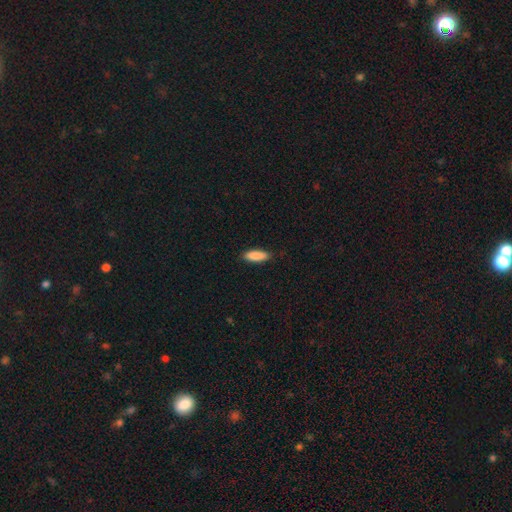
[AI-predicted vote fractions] Overall: smooth (89%). How rounded: in between (56%; cigar-shaped 43%). Merging: none (85%).